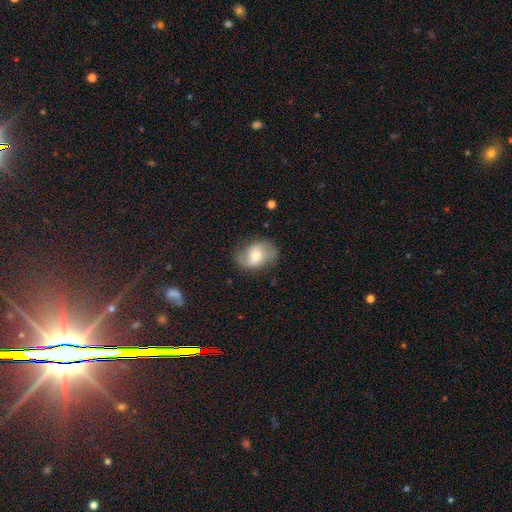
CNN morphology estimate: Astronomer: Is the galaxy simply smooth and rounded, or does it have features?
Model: featured or disk — 53% (runner-up: smooth, 40%).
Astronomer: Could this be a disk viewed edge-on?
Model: no — 96%.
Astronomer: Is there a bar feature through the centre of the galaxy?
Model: no — 50% (runner-up: weak, 38%).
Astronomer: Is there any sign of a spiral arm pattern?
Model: yes — 80%.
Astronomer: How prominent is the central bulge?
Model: moderate — 61%.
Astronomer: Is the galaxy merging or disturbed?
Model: none — 68%.